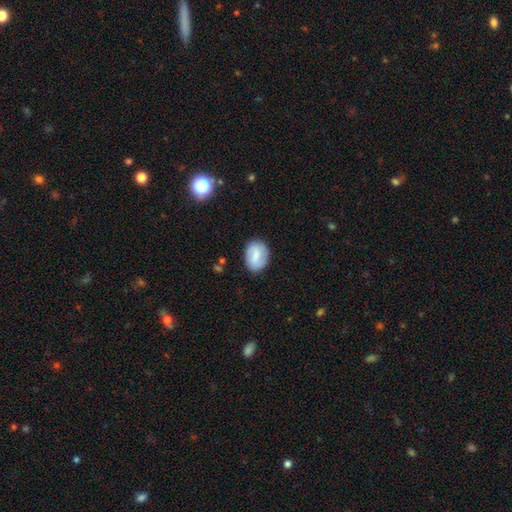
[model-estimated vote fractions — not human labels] A smooth galaxy with no disk features (56%) that is in between round and cigar-shaped (67%). Merging: none (80%).